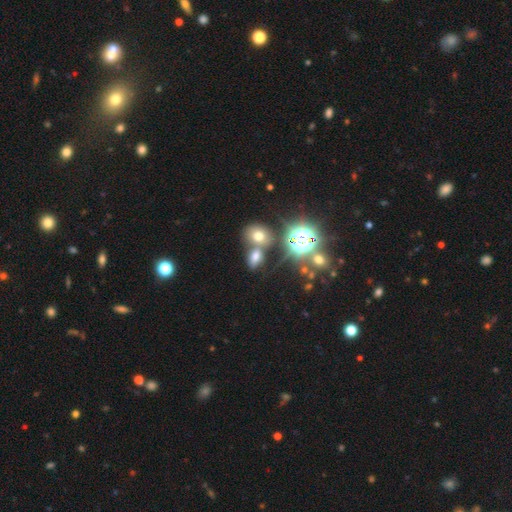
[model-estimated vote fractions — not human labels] A smooth galaxy with no disk features (57%) that is in between round and cigar-shaped (70%).

Vote fractions:
- Smooth or featured? smooth: 57% / star or artifact: 30% / featured or disk: 14%
- How rounded? in between: 70% / round: 26% / cigar-shaped: 4%
- Merging? none: 50% / merger: 33% / minor disturbance: 11% / major disturbance: 5%